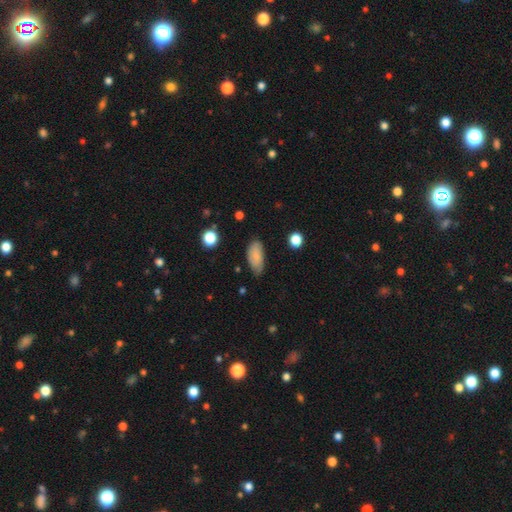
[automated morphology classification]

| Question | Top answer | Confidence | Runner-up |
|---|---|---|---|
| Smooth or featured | smooth | 77% | featured or disk (16%) |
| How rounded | in between | 89% | cigar-shaped (8%) |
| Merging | none | 69% | minor disturbance (25%) |